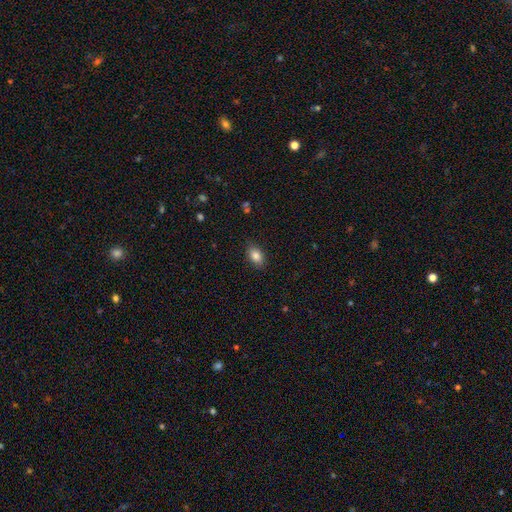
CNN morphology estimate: Smooth or featured? Predicted: smooth (p=0.85). How rounded? Predicted: in between (p=0.88). Merging? Predicted: none (p=0.86).